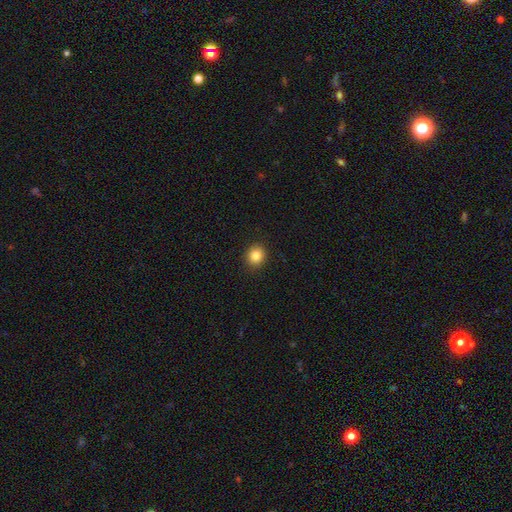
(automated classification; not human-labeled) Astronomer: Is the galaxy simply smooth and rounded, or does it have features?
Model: smooth — 85%.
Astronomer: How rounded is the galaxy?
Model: round — 83%.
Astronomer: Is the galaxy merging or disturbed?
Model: none — 91%.